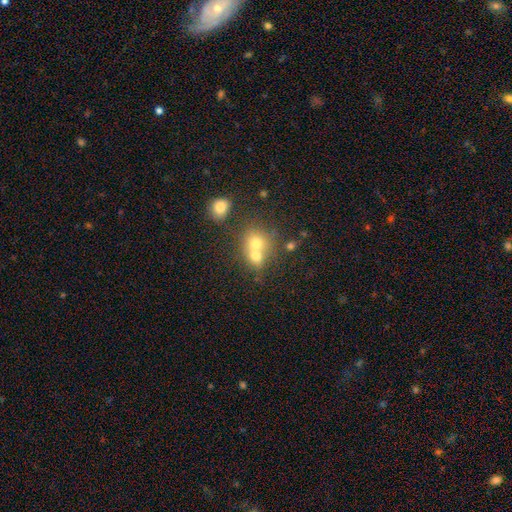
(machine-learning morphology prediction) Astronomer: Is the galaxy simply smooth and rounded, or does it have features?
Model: smooth — 69%.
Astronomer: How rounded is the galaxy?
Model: round — 66%.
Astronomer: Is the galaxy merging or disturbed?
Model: merger — 65%.